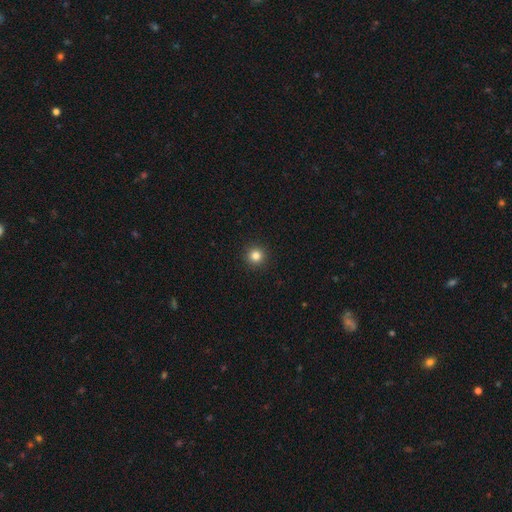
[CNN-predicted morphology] smooth-or-featured: smooth: 82% | star or artifact: 13% | featured or disk: 5%
  how-rounded: round: 96% | in between: 3% | cigar-shaped: 1%
  merging: none: 93% | minor disturbance: 4% | major disturbance: 2% | merger: 1%